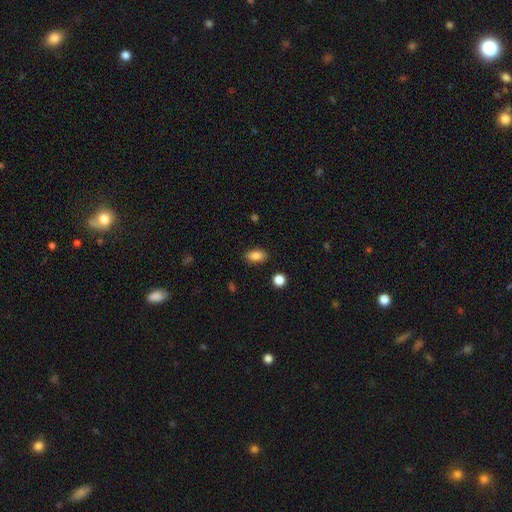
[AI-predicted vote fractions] Smooth or featured? smooth (86%)
How rounded? in between (88%)
Merging? none (87%)